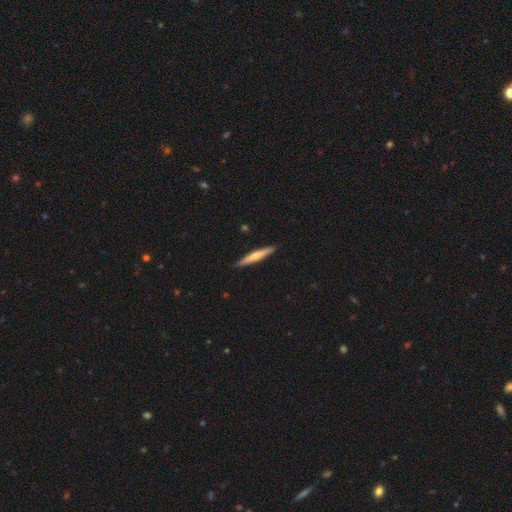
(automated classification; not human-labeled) A smooth galaxy with no disk features (52%) that is cigar-shaped (94%).

Vote fractions:
- Smooth or featured? smooth: 52% / featured or disk: 43% / star or artifact: 5%
- How rounded? cigar-shaped: 94% / in between: 5% / round: 1%
- Merging? none: 90% / minor disturbance: 7% / major disturbance: 1% / merger: 1%